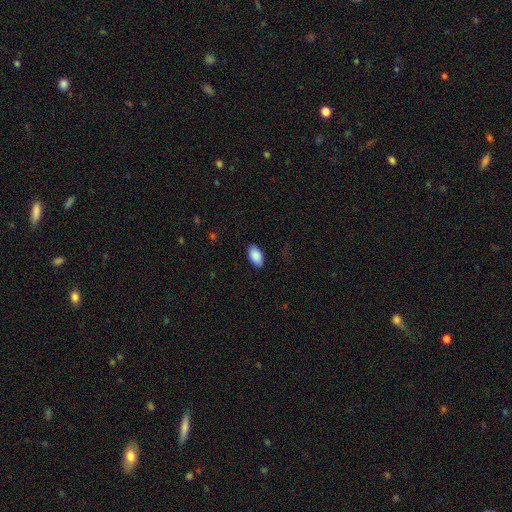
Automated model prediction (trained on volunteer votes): Smooth or featured? smooth (90%)
How rounded? in between (94%)
Merging? none (86%)